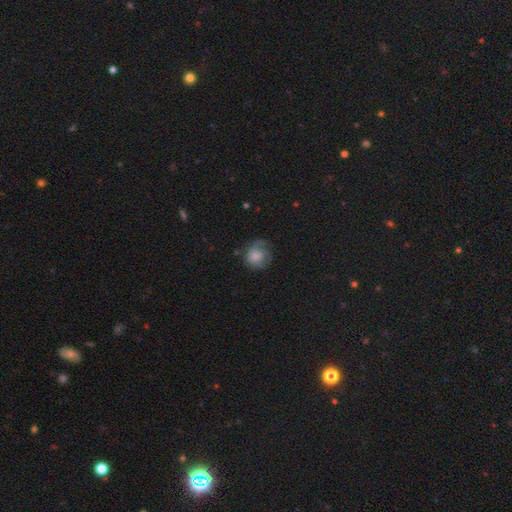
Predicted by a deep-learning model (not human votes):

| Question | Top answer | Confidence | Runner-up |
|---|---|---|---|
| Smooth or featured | smooth | 61% | featured or disk (30%) |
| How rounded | round | 75% | in between (24%) |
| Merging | none | 46% | minor disturbance (28%) |